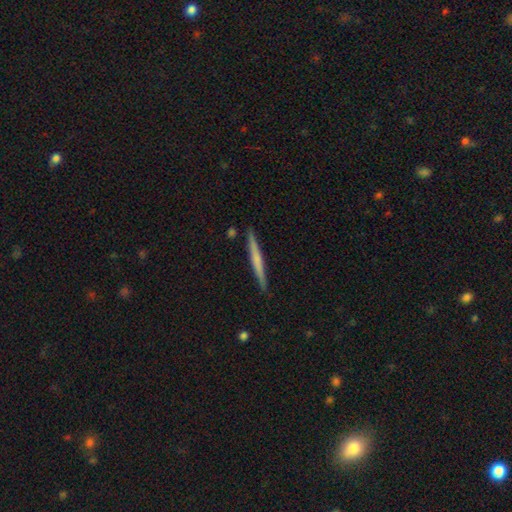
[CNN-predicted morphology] Smooth or featured? Predicted: featured or disk (p=0.50). Edge-on disk? Predicted: yes (p=0.96). Merging? Predicted: none (p=0.90).